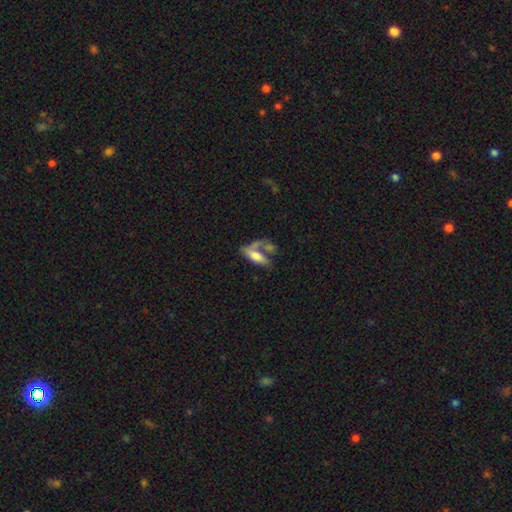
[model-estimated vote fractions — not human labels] Smooth or featured? Predicted: smooth (p=0.61). How rounded? Predicted: in between (p=0.58). Merging? Predicted: merger (p=0.44).